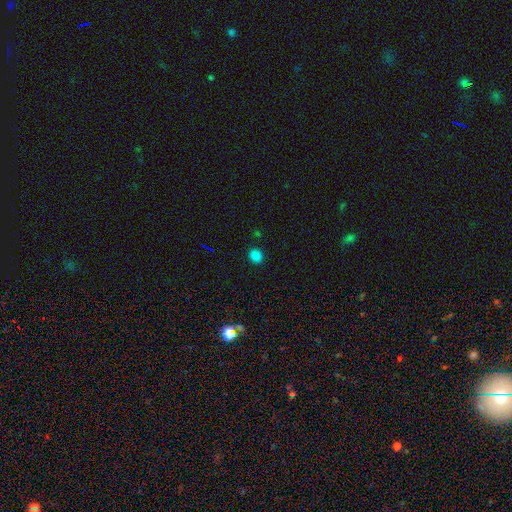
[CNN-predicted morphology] type=smooth (82%); roundness=round (61%); merging=none (89%).